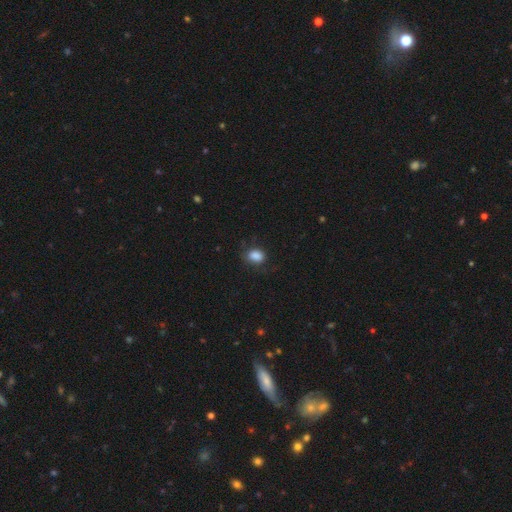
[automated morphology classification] smooth 86%, star or artifact 9%, featured or disk 5%. Down the decision tree: how rounded — in between (67%); merging — none (75%).